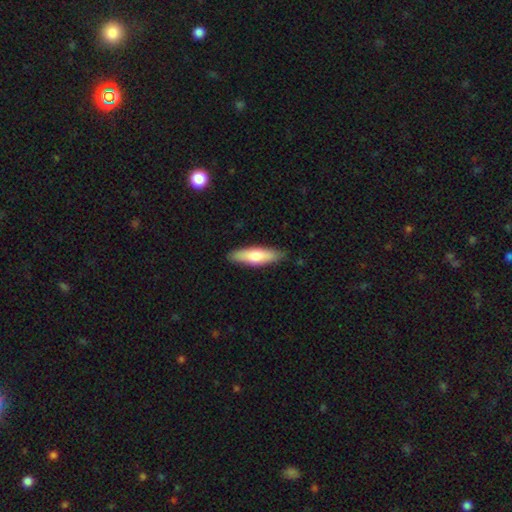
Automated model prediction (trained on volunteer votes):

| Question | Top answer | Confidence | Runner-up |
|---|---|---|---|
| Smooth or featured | smooth | 70% | featured or disk (24%) |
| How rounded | cigar-shaped | 58% | in between (40%) |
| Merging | none | 86% | minor disturbance (11%) |